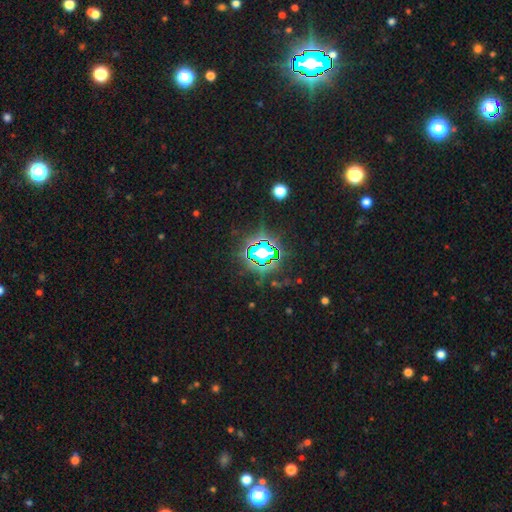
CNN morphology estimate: This is likely a star or artifact rather than a galaxy (76%).